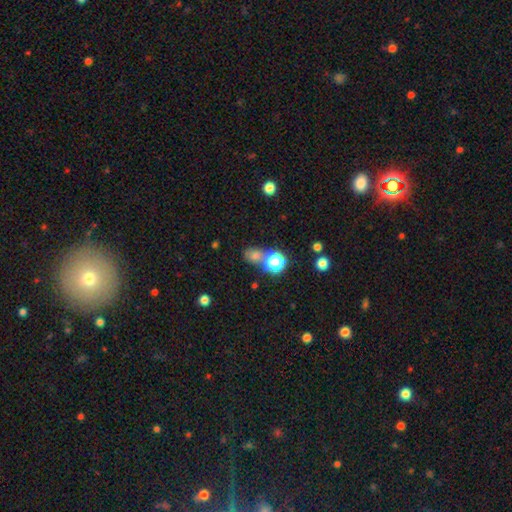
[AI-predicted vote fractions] Smooth or featured?
  - smooth: 58% *
  - star or artifact: 33%
  - featured or disk: 8%
How rounded?
  - round: 63% *
  - in between: 35%
  - cigar-shaped: 2%
Merging?
  - none: 64% *
  - merger: 21%
  - minor disturbance: 11%
  - major disturbance: 5%